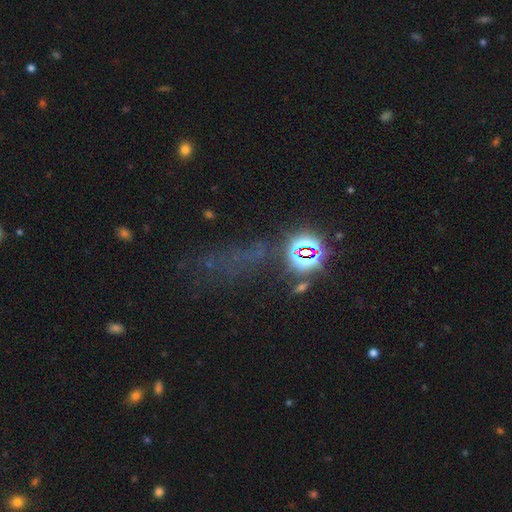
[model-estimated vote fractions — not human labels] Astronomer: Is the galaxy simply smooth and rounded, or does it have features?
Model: star or artifact — 71%.